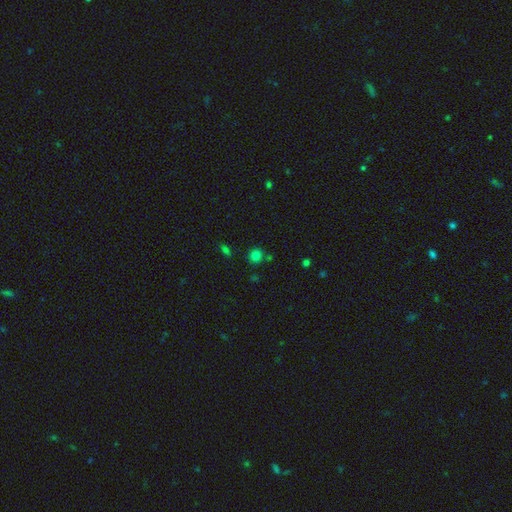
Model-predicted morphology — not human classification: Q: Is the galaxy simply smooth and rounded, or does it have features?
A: smooth — 78%.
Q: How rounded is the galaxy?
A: round — 85%.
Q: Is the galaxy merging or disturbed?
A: none — 79%.